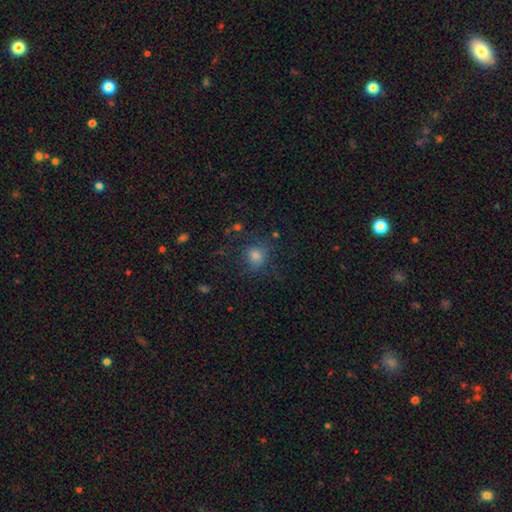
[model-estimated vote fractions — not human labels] Smooth or featured?
  - smooth: 72% *
  - star or artifact: 18%
  - featured or disk: 9%
How rounded?
  - round: 83% *
  - in between: 16%
  - cigar-shaped: 1%
Merging?
  - none: 75% *
  - minor disturbance: 15%
  - major disturbance: 8%
  - merger: 2%